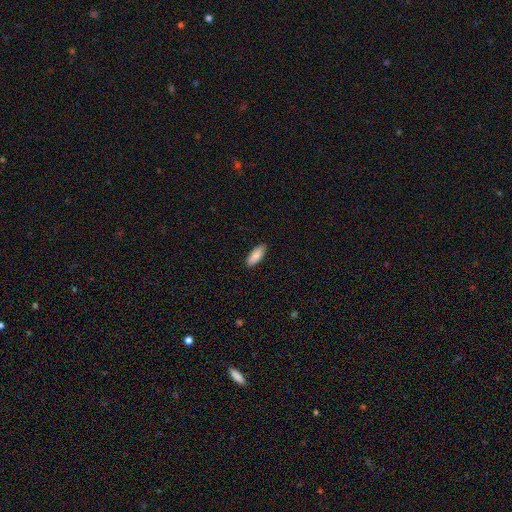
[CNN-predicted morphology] type=smooth (86%); roundness=in between (76%); merging=none (90%).